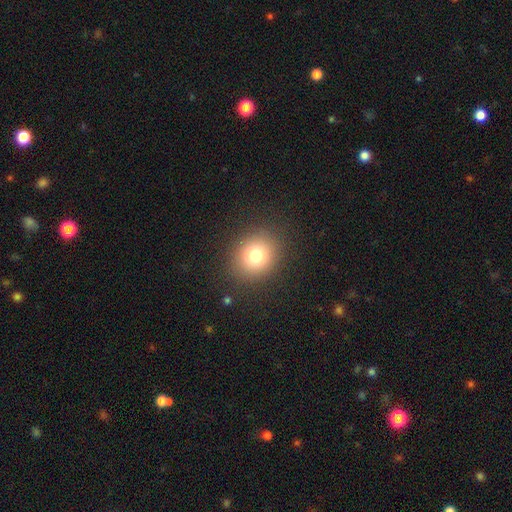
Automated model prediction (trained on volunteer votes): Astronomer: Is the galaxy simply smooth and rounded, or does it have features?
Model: smooth — 78%.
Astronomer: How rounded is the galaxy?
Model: round — 74%.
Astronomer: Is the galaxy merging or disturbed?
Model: none — 88%.